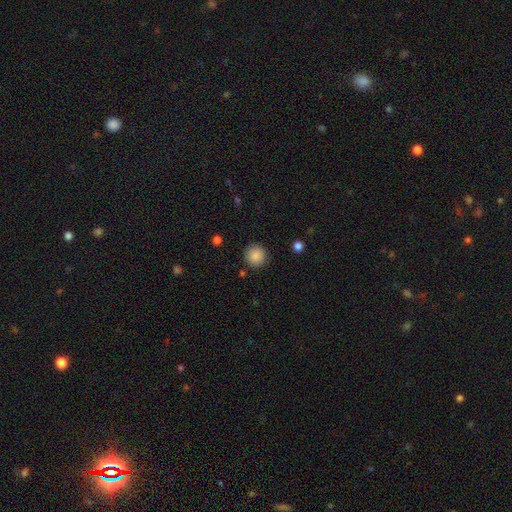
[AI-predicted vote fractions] This appears to be a smooth galaxy with no disk features (88%) that is round (94%). Merging: none (90%).